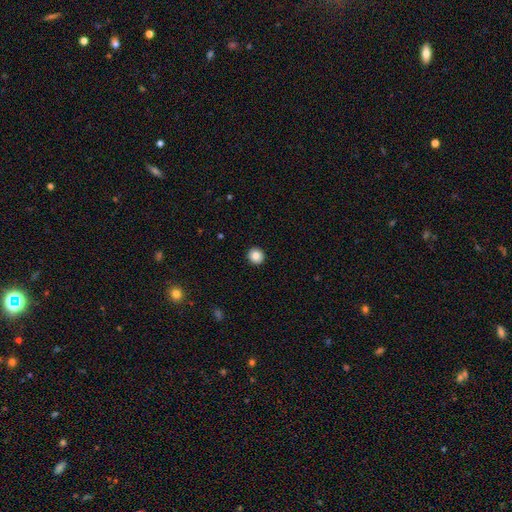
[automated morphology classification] Smooth or featured? Predicted: smooth (p=0.84). How rounded? Predicted: round (p=0.93). Merging? Predicted: none (p=0.93).